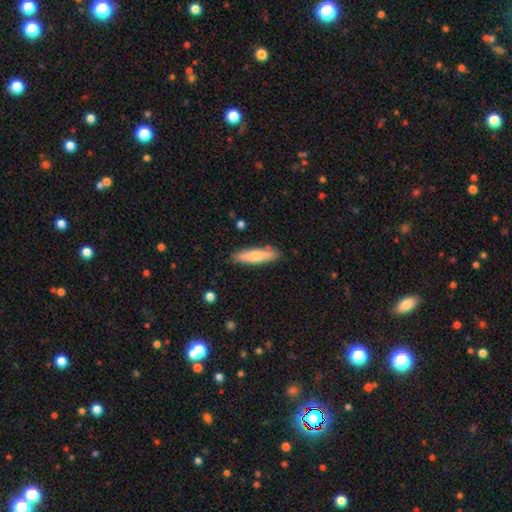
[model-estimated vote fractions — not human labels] This appears to be a smooth galaxy with no disk features (61%) that is cigar-shaped (74%). Merging: none (86%).